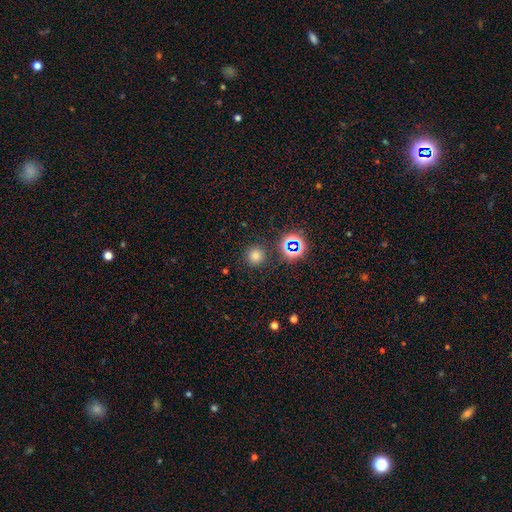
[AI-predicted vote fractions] Q: Smooth or featured?
A: smooth (71%); runner-up: star or artifact (23%)
Q: How rounded?
A: round (94%); runner-up: in between (5%)
Q: Merging?
A: none (87%); runner-up: minor disturbance (7%)